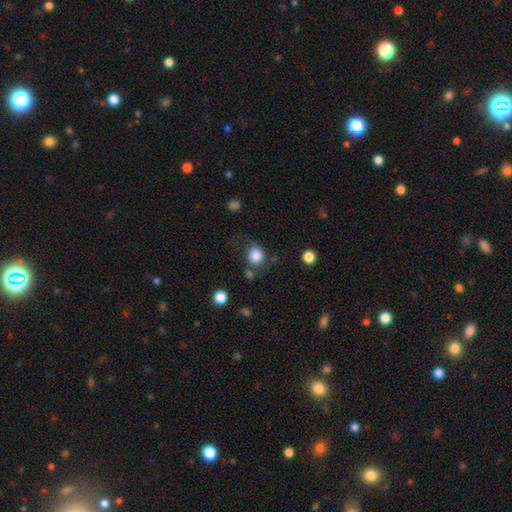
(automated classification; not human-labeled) Morphology: type=smooth (83%); roundness=round (77%); merging=none (61%).